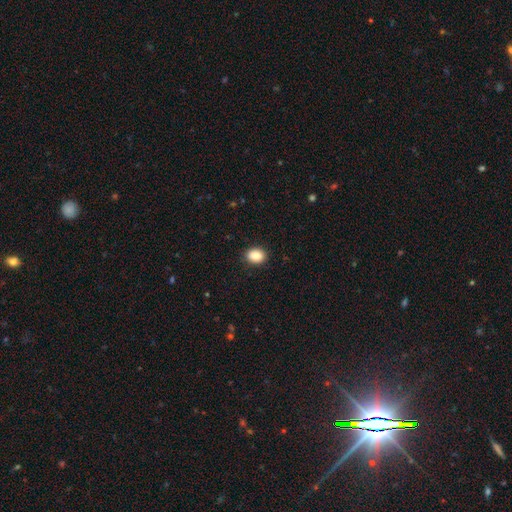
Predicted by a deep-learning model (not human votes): Morphology: type=smooth (88%); roundness=in between (65%); merging=none (90%).